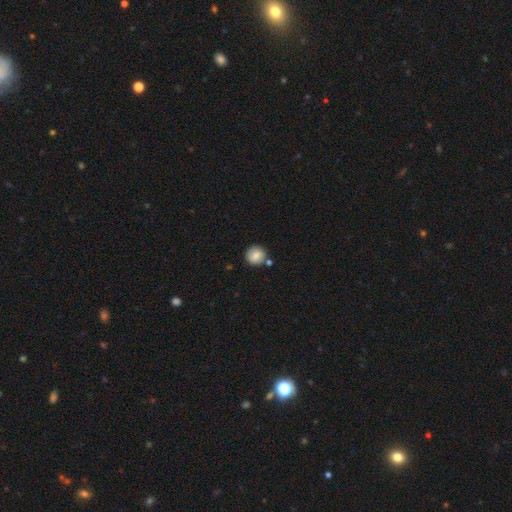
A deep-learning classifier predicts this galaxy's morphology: smooth 78%, featured or disk 13%, star or artifact 8%. Down the decision tree: how rounded — round (91%); merging — none (79%).